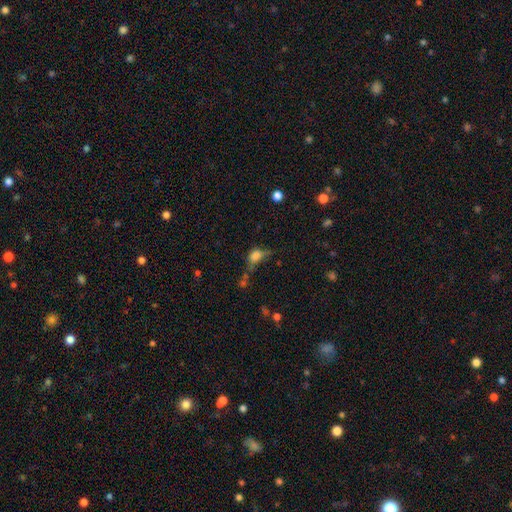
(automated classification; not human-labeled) Q: Smooth or featured?
A: smooth (65%); runner-up: featured or disk (19%)
Q: How rounded?
A: in between (64%); runner-up: round (29%)
Q: Merging?
A: major disturbance (33%); runner-up: none (27%)